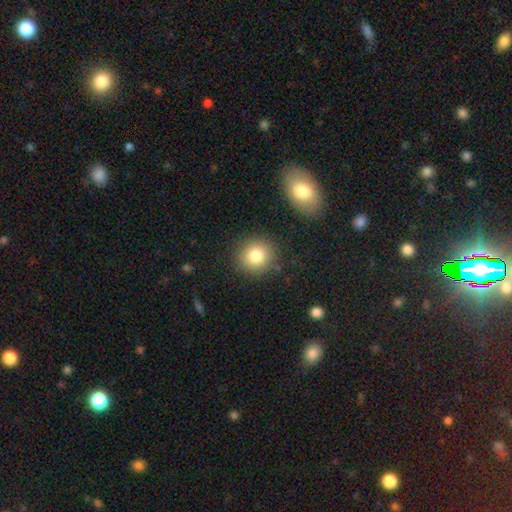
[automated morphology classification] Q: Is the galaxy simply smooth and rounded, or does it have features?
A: smooth — 81%.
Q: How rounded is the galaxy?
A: round — 88%.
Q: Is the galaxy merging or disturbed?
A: none — 87%.